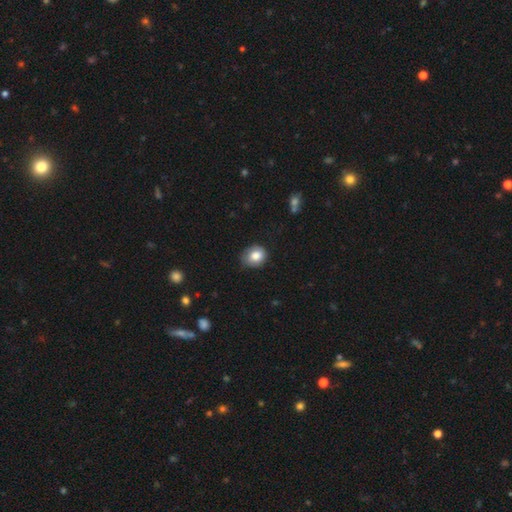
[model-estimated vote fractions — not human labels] This appears to be a smooth galaxy with no disk features (82%) that is round (62%). Merging: none (67%).